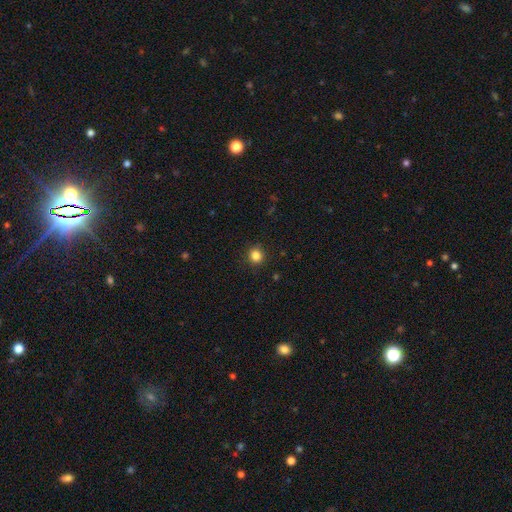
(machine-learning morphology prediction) type=smooth (84%); roundness=round (92%); merging=none (91%).